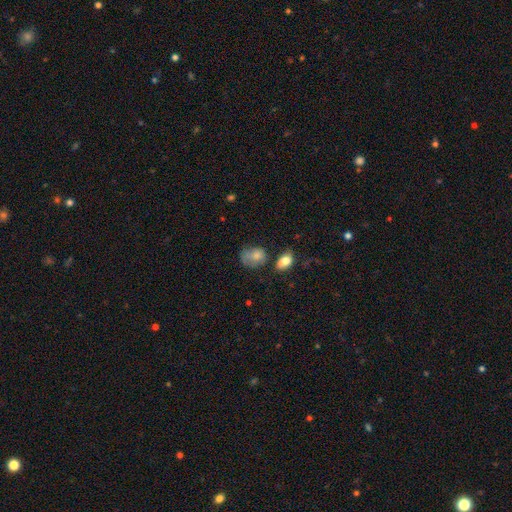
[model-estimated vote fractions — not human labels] Q: Smooth or featured?
A: smooth (76%); runner-up: featured or disk (15%)
Q: How rounded?
A: in between (59%); runner-up: round (40%)
Q: Merging?
A: minor disturbance (37%); runner-up: none (32%)